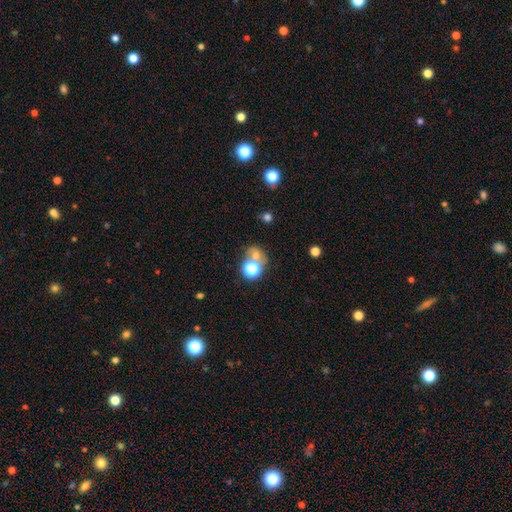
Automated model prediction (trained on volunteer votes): smooth 60%, star or artifact 24%, featured or disk 16%. Down the decision tree: how rounded — round (66%); merging — none (43%).